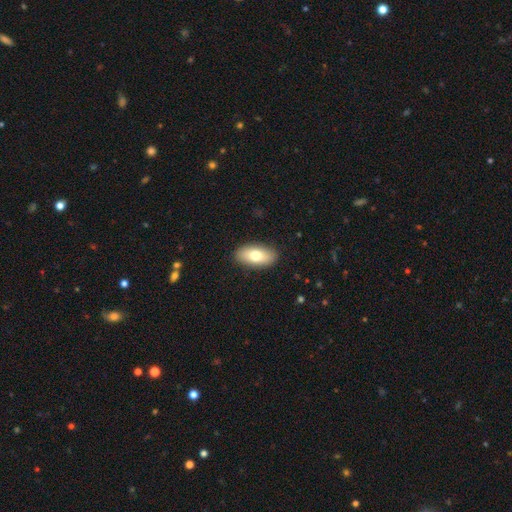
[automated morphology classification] type=smooth (75%); roundness=in between (91%); merging=none (89%).